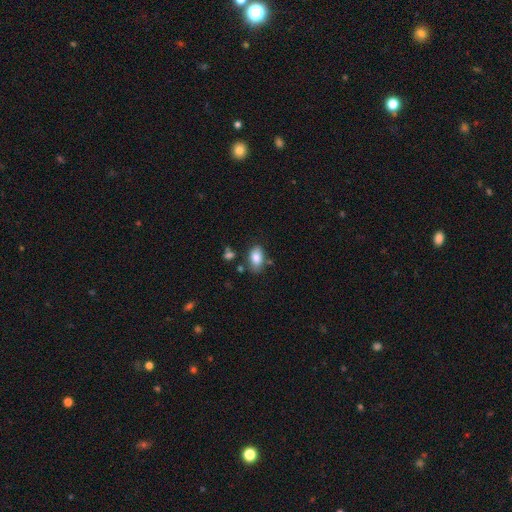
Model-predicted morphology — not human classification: Q: Smooth or featured?
A: smooth (83%); runner-up: featured or disk (9%)
Q: How rounded?
A: in between (90%); runner-up: round (8%)
Q: Merging?
A: none (73%); runner-up: minor disturbance (17%)